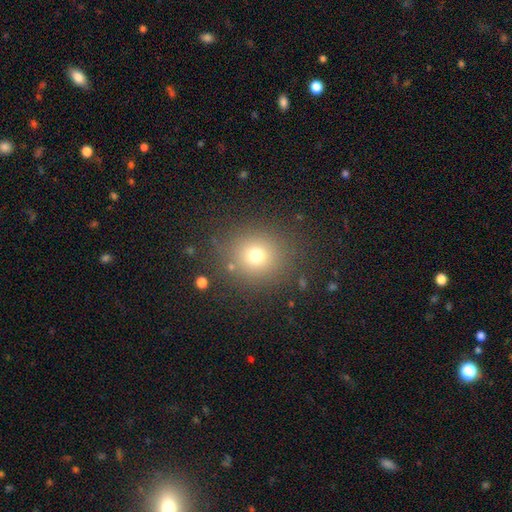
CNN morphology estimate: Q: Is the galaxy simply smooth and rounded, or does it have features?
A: smooth — 71%.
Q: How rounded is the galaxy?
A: round — 85%.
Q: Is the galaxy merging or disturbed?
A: none — 84%.